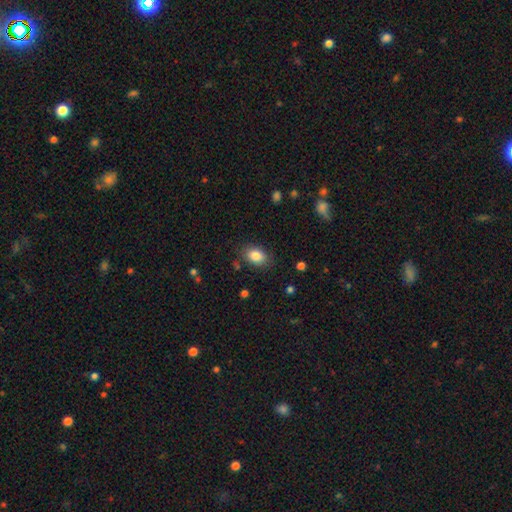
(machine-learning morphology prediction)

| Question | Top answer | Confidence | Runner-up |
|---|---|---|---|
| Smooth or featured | smooth | 85% | star or artifact (8%) |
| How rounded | in between | 82% | round (17%) |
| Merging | none | 81% | minor disturbance (13%) |